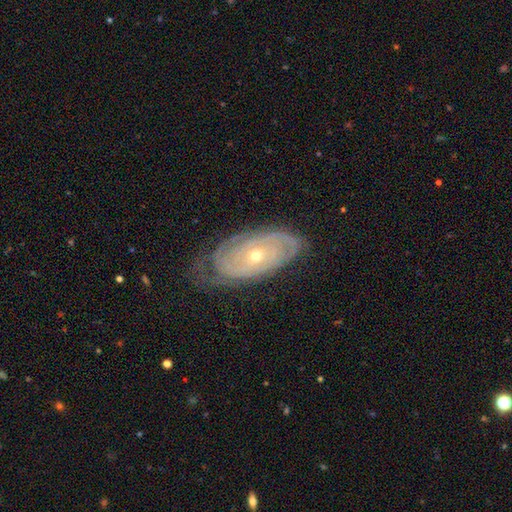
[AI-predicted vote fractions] A featured or disk galaxy (84%) with no bar (80%), tight (82%) spiral arms (93%) and a small central bulge (58%).

Vote fractions:
- Smooth or featured? featured or disk: 84% / smooth: 10% / star or artifact: 6%
- Edge-on disk? no: 94% / yes: 6%
- Bar? no: 80% / weak: 15% / strong: 5%
- Spiral arms? yes: 93% / no: 7%
- Spiral winding? tight: 82% / medium: 14% / loose: 4%
- Spiral arm count? can't tell: 41% / 2: 27% / 3: 14% / 4: 8% / more than 4: 5% / 1: 5%
- Bulge size? small: 58% / moderate: 39% / large: 1% / dominant: 1% / none: 1%
- Merging? none: 67% / minor disturbance: 22% / major disturbance: 9% / merger: 1%